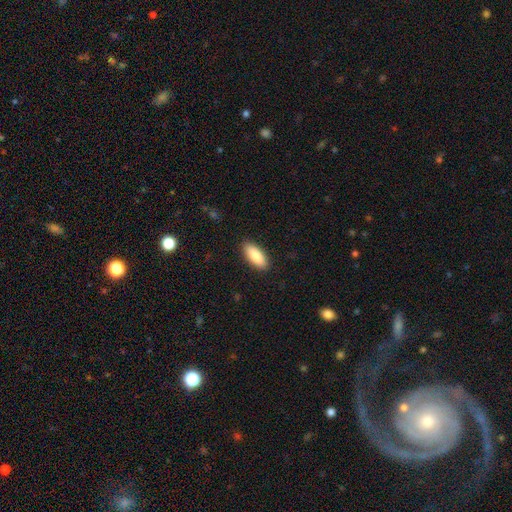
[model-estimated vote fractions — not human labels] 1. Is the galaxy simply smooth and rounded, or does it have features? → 88% smooth, 6% featured or disk, 6% star or artifact.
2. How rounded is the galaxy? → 80% in between, 18% cigar-shaped, 2% round.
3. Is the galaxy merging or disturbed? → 89% none, 8% minor disturbance, 2% major disturbance, 1% merger.